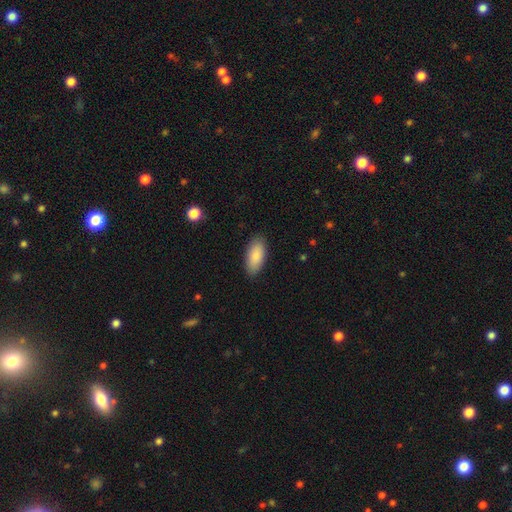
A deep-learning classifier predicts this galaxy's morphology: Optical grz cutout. It shows a smooth galaxy with no disk features (87%) that is in between round and cigar-shaped (90%). Merging: none (87%).